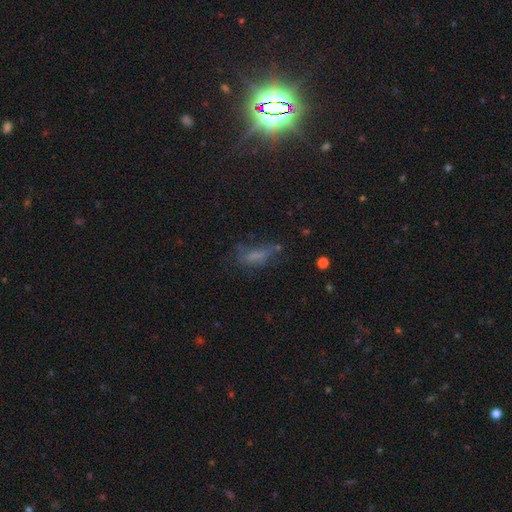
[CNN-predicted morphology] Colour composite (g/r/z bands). It shows a smooth galaxy with no disk features (51%) that is in between round and cigar-shaped (58%). Merging: none (42%).